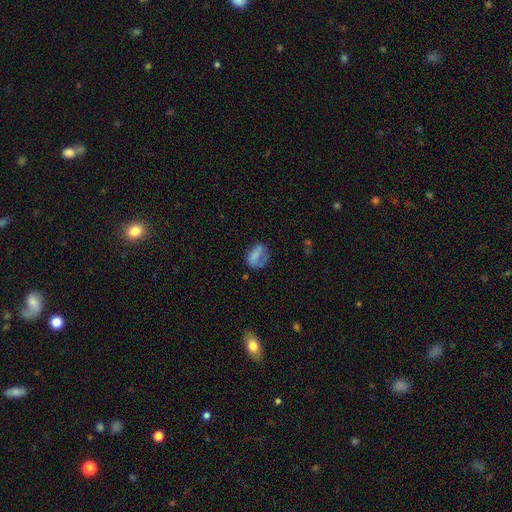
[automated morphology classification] Smooth or featured?
  - smooth: 69% *
  - featured or disk: 21%
  - star or artifact: 10%
How rounded?
  - in between: 72% *
  - round: 25%
  - cigar-shaped: 3%
Merging?
  - none: 41% *
  - minor disturbance: 29%
  - major disturbance: 26%
  - merger: 4%